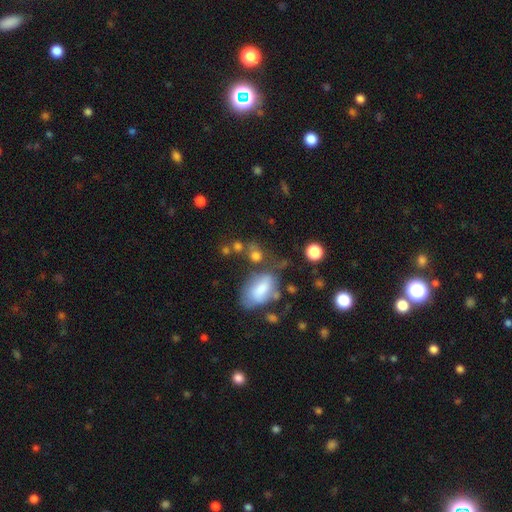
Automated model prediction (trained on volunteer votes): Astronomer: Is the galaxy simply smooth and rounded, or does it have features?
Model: smooth — 71%.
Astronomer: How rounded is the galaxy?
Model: in between — 56% (runner-up: round, 41%).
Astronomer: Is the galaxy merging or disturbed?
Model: none — 45% (runner-up: merger, 21%).